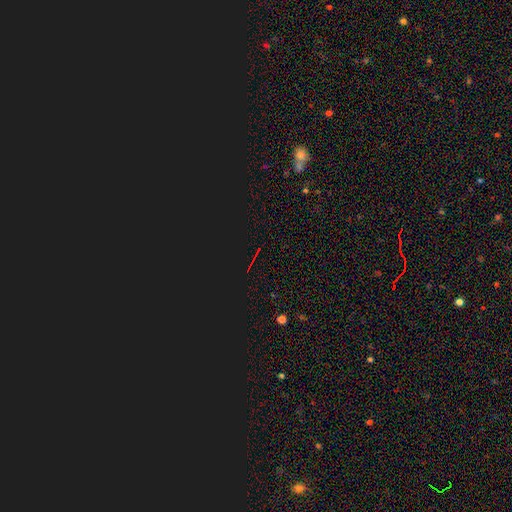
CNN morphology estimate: Overall: star or artifact (81%).